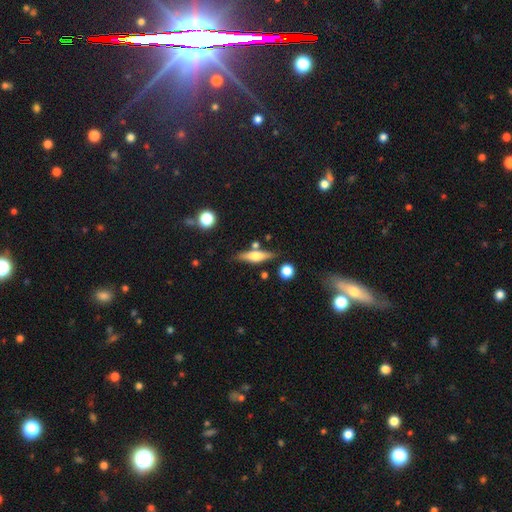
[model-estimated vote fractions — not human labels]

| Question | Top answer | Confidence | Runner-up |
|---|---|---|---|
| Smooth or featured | featured or disk | 48% | smooth (45%) |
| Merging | none | 75% | minor disturbance (12%) |